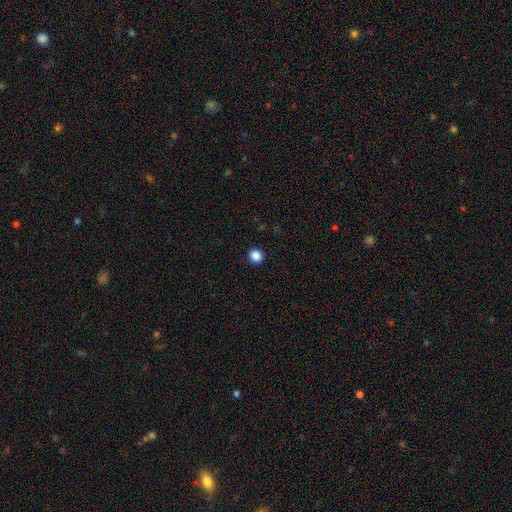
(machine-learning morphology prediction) smooth 87%, star or artifact 11%, featured or disk 3%. Down the decision tree: how rounded — round (85%); merging — none (92%).